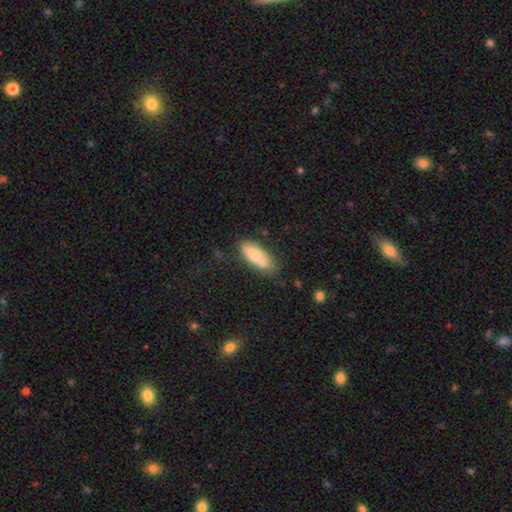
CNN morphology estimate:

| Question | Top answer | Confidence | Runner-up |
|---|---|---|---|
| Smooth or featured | smooth | 71% | featured or disk (22%) |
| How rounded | in between | 81% | cigar-shaped (17%) |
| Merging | none | 54% | merger (22%) |